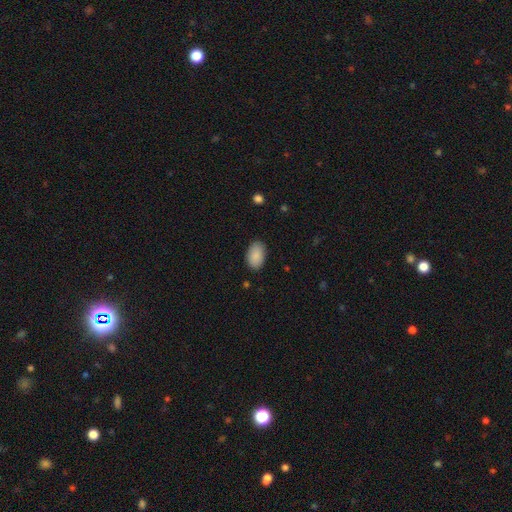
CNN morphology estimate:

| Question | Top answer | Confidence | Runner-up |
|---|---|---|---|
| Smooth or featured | smooth | 90% | star or artifact (6%) |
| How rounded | in between | 93% | round (6%) |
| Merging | none | 86% | minor disturbance (10%) |